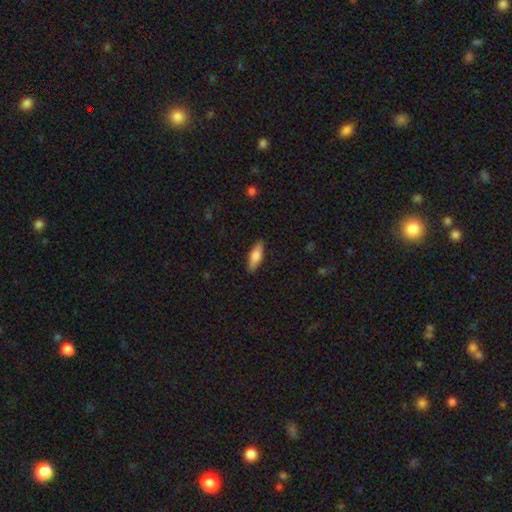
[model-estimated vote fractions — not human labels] Smooth or featured? smooth (71%)
How rounded? in between (49%, tied with cigar-shaped)
Merging? none (88%)